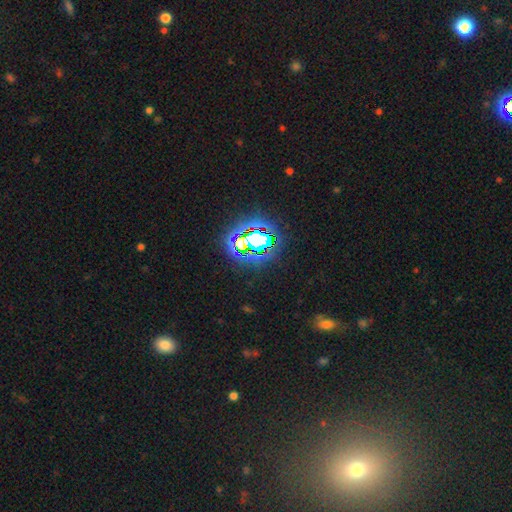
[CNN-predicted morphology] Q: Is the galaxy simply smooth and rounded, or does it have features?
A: star or artifact — 75%.